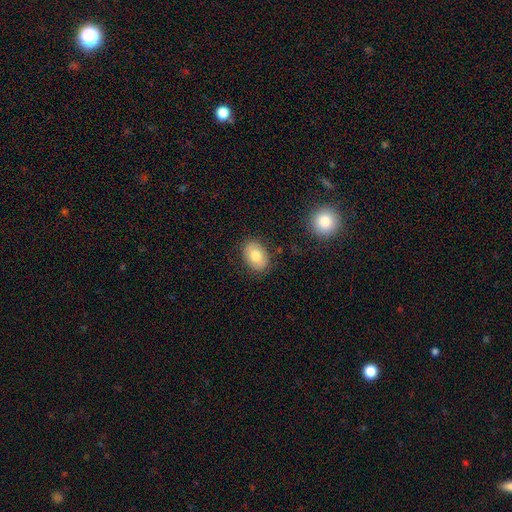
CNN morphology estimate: A smooth galaxy with no disk features (76%) that is in between round and cigar-shaped (76%).

Vote fractions:
- Smooth or featured? smooth: 76% / featured or disk: 16% / star or artifact: 7%
- How rounded? in between: 76% / round: 23% / cigar-shaped: 1%
- Merging? none: 84% / minor disturbance: 12% / major disturbance: 3% / merger: 2%